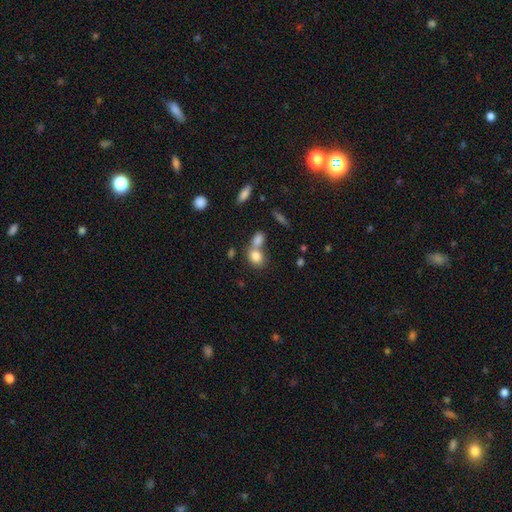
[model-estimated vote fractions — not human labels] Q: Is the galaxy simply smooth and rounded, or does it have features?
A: smooth — 81%.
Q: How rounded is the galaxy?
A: in between — 50%.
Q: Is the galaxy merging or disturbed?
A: merger — 47%.